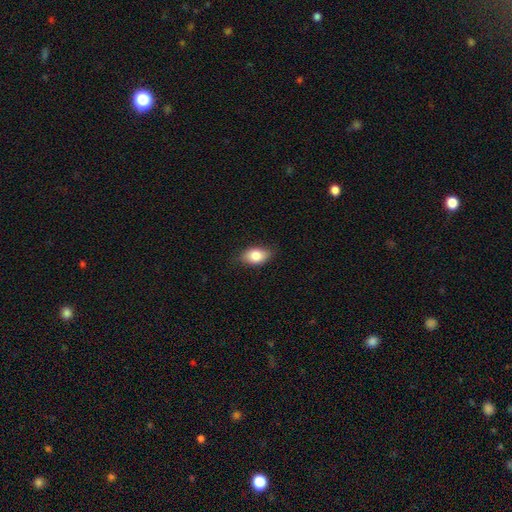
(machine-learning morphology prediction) Smooth or featured? Predicted: smooth (p=0.83). How rounded? Predicted: in between (p=0.86). Merging? Predicted: none (p=0.82).